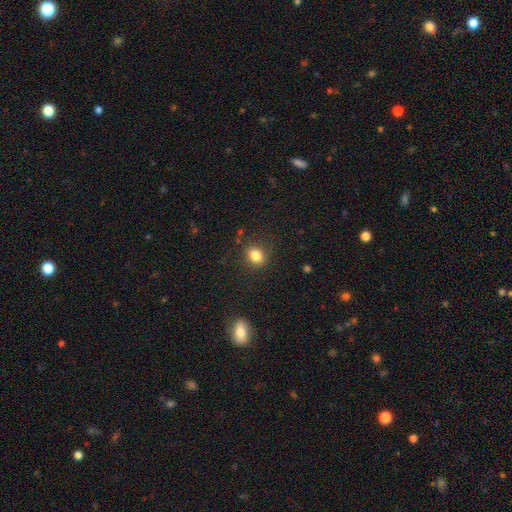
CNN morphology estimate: Overall: smooth (83%). How rounded: round (55%; in between 43%). Merging: none (83%).